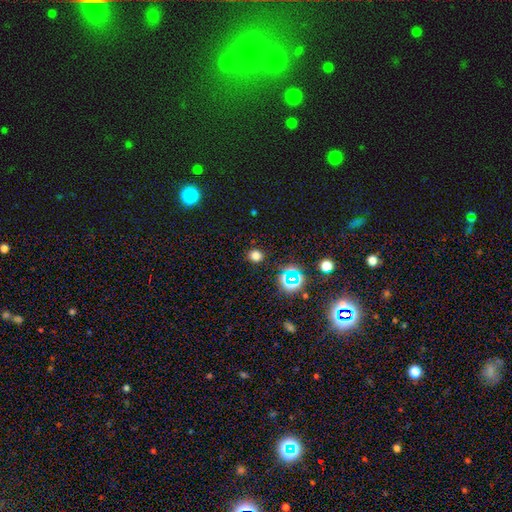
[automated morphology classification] smooth 72%, star or artifact 23%, featured or disk 5%. Down the decision tree: how rounded — round (81%); merging — none (89%).